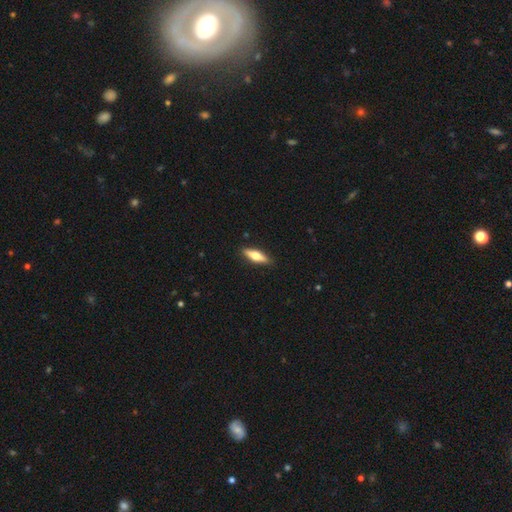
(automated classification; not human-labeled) Morphology: type=smooth (52%); roundness=cigar-shaped (56%); merging=none (89%).